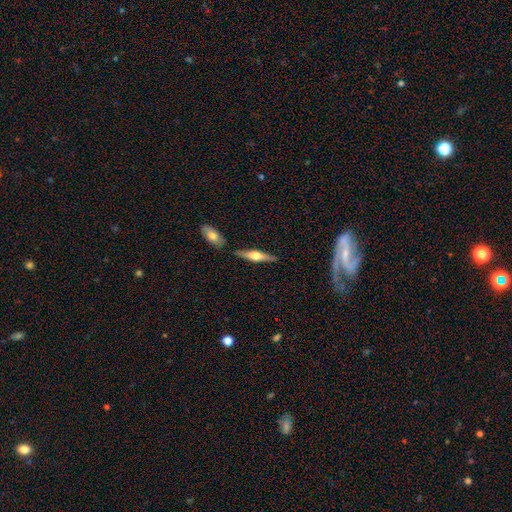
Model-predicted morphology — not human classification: A featured or disk galaxy (56%) viewed edge-on (94%) with a rounded central bulge (92%).

Vote fractions:
- Smooth or featured? featured or disk: 56% / smooth: 38% / star or artifact: 6%
- Edge-on disk? yes: 94% / no: 6%
- Edge-on bulge? rounded: 92% / boxy: 5% / none: 4%
- Merging? none: 83% / minor disturbance: 9% / merger: 5% / major disturbance: 2%